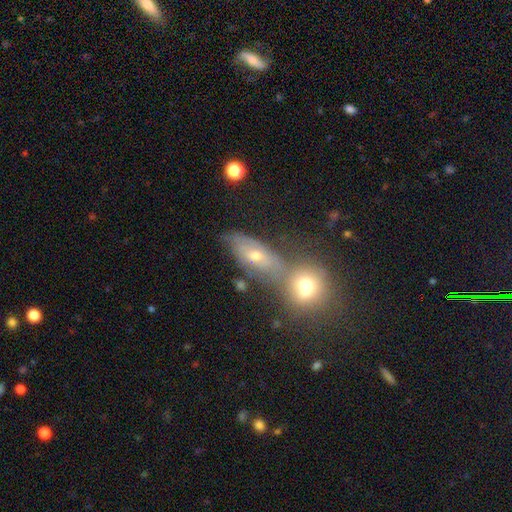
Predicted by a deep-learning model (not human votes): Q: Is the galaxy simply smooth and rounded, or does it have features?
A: smooth — 45%.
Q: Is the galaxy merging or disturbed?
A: none — 44%.